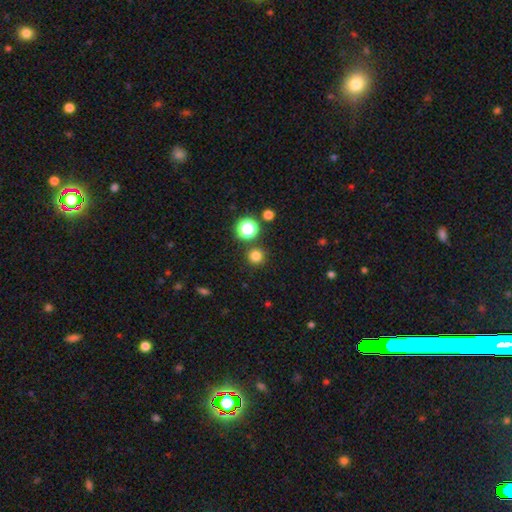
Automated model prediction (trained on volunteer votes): Smooth or featured?
  - smooth: 77% *
  - star or artifact: 18%
  - featured or disk: 4%
How rounded?
  - round: 95% *
  - in between: 4%
  - cigar-shaped: 1%
Merging?
  - none: 88% *
  - minor disturbance: 6%
  - merger: 4%
  - major disturbance: 2%